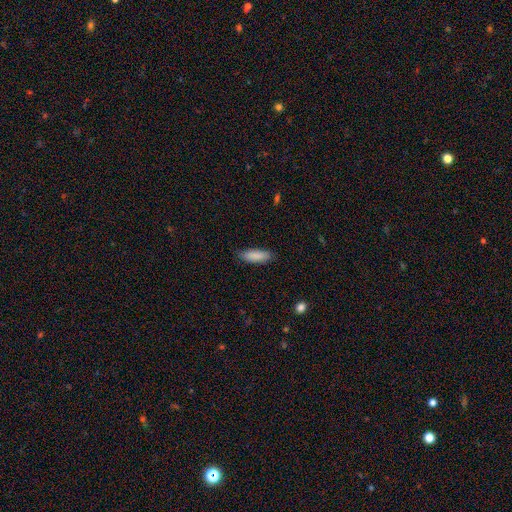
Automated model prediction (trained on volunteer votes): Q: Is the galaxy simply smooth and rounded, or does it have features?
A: smooth — 88%.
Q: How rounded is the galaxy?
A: in between — 50%.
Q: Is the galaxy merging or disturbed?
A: none — 85%.